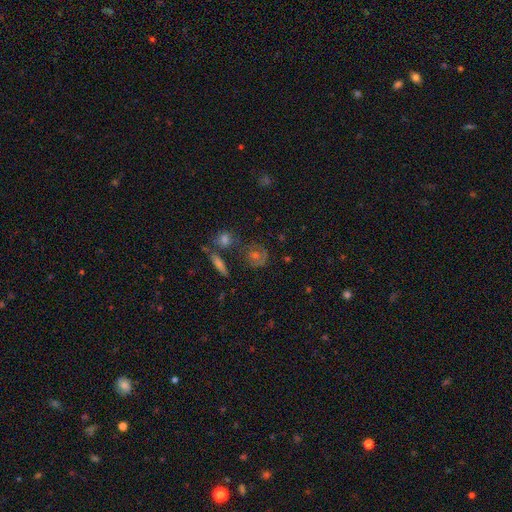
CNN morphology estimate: Smooth or featured? featured or disk (40%)
Merging? none (64%)